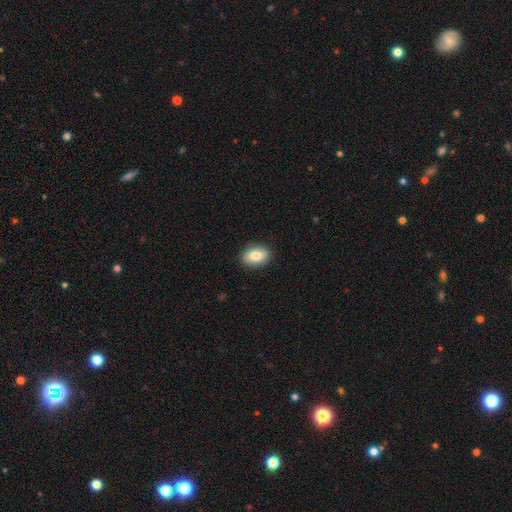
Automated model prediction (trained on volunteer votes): smooth_or_featured: smooth (p=0.76) [alt: featured or disk p=0.17]
how_rounded: in between (p=0.81) [alt: round p=0.17]
merging: none (p=0.88) [alt: minor disturbance p=0.09]